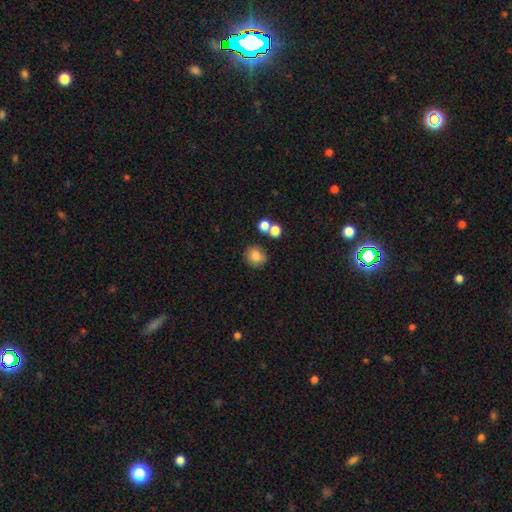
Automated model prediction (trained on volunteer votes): A smooth galaxy with no disk features (82%) that is round (82%). Merging: none (76%).